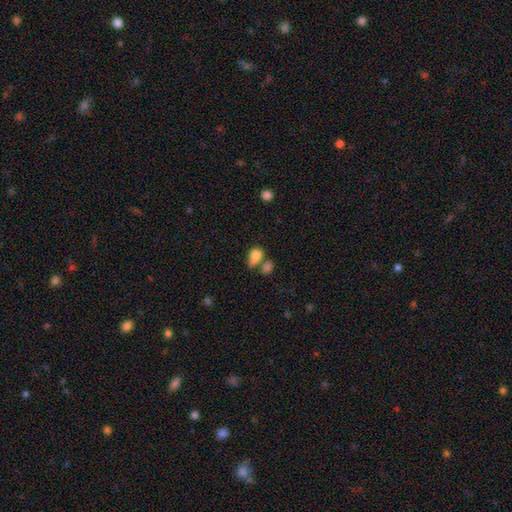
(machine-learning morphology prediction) Q: Smooth or featured?
A: smooth (80%); runner-up: star or artifact (10%)
Q: How rounded?
A: in between (67%); runner-up: round (30%)
Q: Merging?
A: merger (39%); runner-up: none (32%)